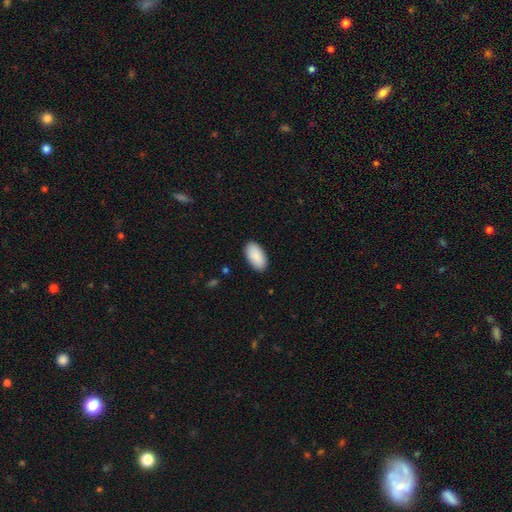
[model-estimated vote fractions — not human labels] Overall: smooth (91%). How rounded: in between (96%). Merging: none (89%).